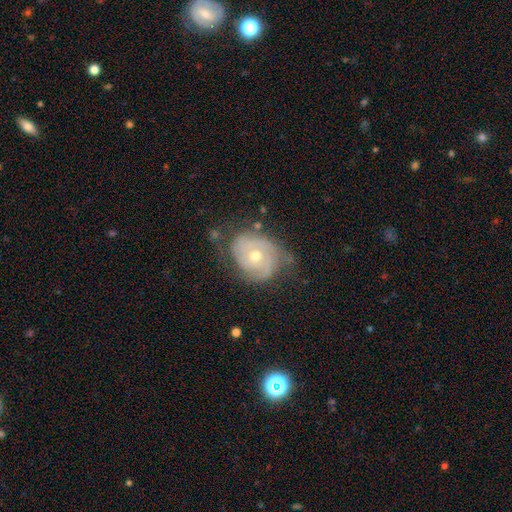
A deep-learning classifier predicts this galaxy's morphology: The model was most divided on "spiral arm count": 2: 37%, can't tell: 29%, 3: 20%, 1: 5%, 4: 5%, more than 4: 3%. More confident: edge-on disk — no (97%); spiral arms — yes (88%); bar — no (78%); smooth or featured — featured or disk (78%); spiral winding — tight (65%); bulge size — moderate (63%); merging — none (60%).